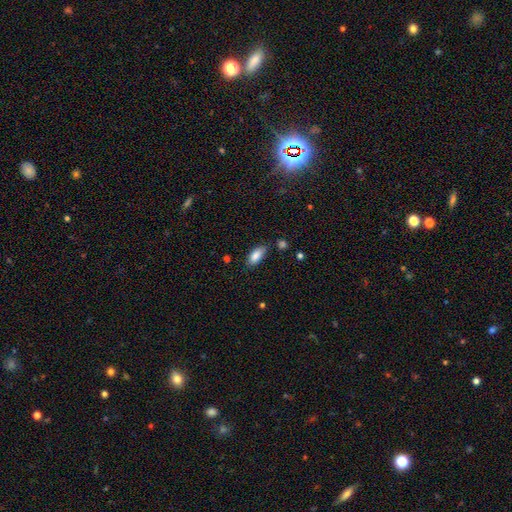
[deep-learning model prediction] Morphology: type=smooth (86%); roundness=in between (87%); merging=none (76%).